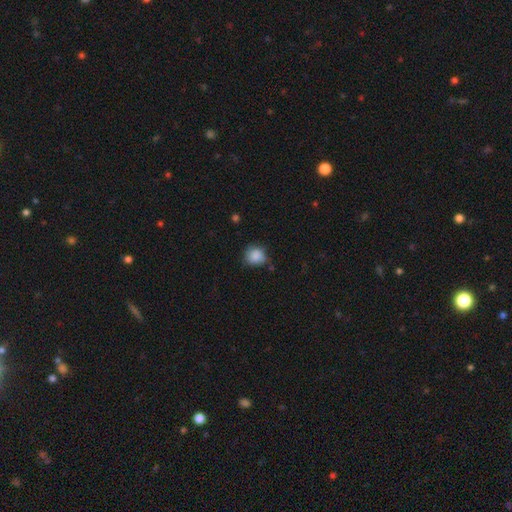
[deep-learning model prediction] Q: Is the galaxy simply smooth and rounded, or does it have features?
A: smooth — 87%.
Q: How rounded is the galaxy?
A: round — 84%.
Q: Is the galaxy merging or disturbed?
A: none — 65%.